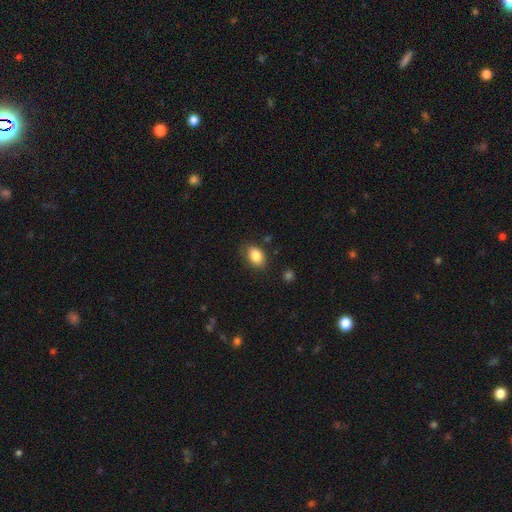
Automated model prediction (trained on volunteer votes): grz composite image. It shows a smooth galaxy with no disk features (85%) that is in between round and cigar-shaped (82%). Merging: none (81%).